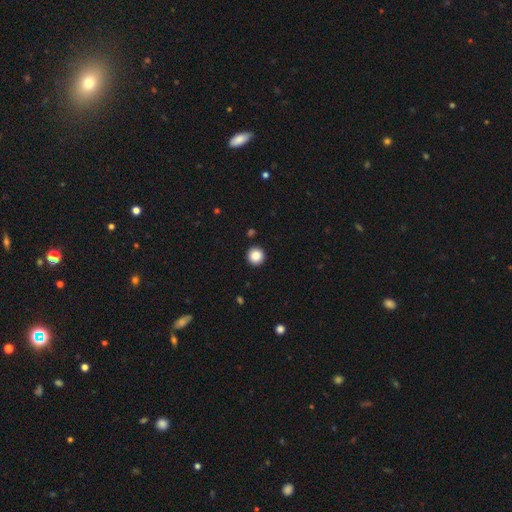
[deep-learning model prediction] A smooth galaxy with no disk features (87%) that is round (96%).

Vote fractions:
- Smooth or featured? smooth: 87% / star or artifact: 9% / featured or disk: 4%
- How rounded? round: 96% / in between: 3% / cigar-shaped: 1%
- Merging? none: 93% / minor disturbance: 4% / major disturbance: 2% / merger: 1%